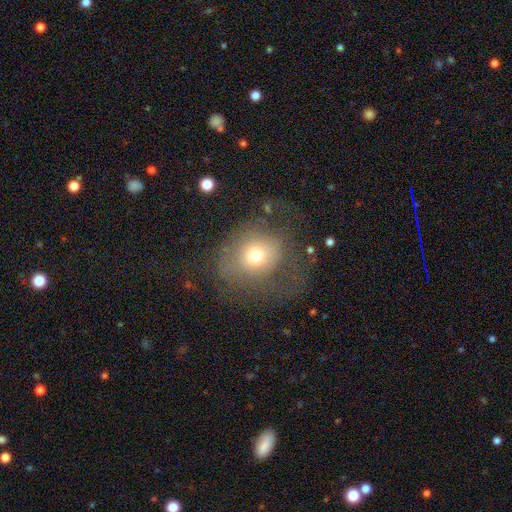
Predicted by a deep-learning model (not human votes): A smooth galaxy with no disk features (63%) that is round (76%). Merging: none (42%).